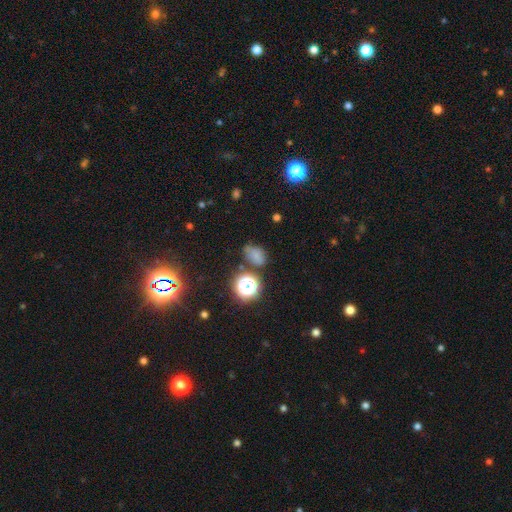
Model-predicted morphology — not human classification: Overall: smooth (64%; star or artifact 26%). How rounded: in between (68%; round 30%). Merging: none (58%; minor disturbance 24%).